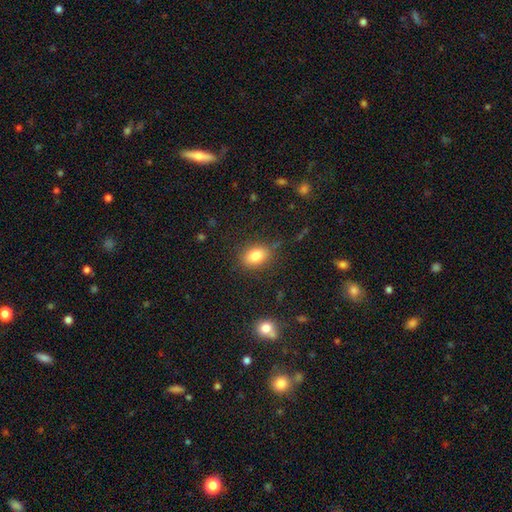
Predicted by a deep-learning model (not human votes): smooth_or_featured: smooth (p=0.81) [alt: star or artifact p=0.10]
how_rounded: in between (p=0.73) [alt: round p=0.26]
merging: none (p=0.81) [alt: minor disturbance p=0.13]